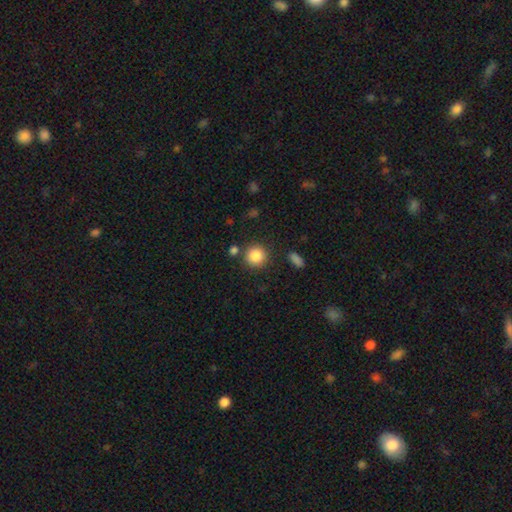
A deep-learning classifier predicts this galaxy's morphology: This appears to be a smooth galaxy with no disk features (86%) that is round (91%). Merging: none (82%).